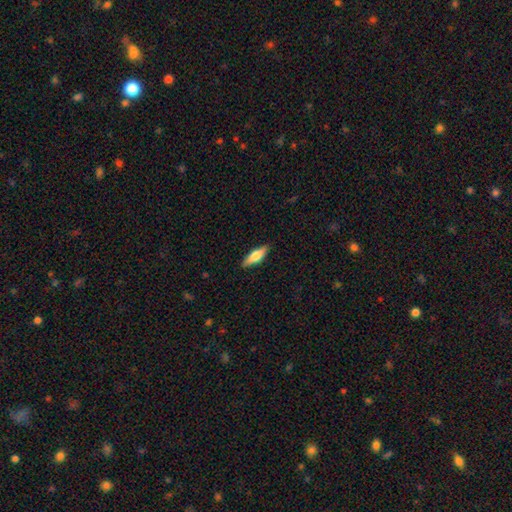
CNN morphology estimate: A smooth galaxy with no disk features (59%) that is cigar-shaped (54%).

Vote fractions:
- Smooth or featured? smooth: 59% / featured or disk: 35% / star or artifact: 6%
- How rounded? cigar-shaped: 54% / in between: 44% / round: 2%
- Merging? none: 89% / minor disturbance: 8% / major disturbance: 2% / merger: 1%